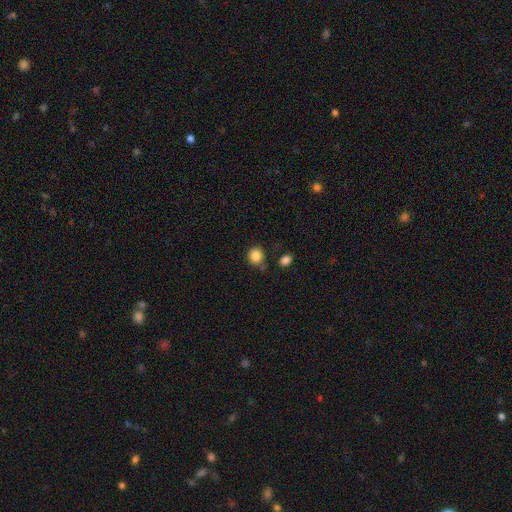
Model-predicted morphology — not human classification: type=smooth (86%); roundness=round (81%); merging=none (75%).